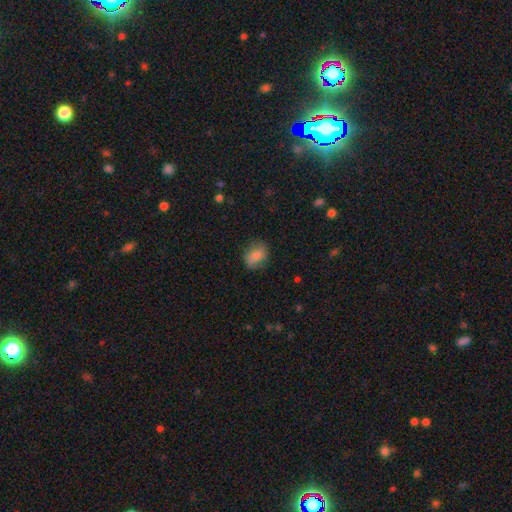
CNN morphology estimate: type=smooth (74%); roundness=in between (58%); merging=none (74%).